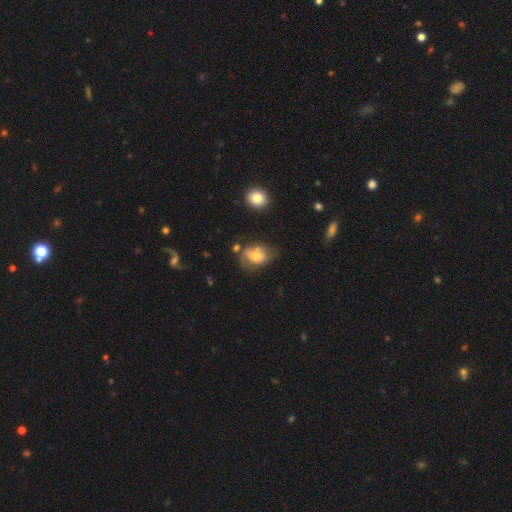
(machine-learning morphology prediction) Smooth or featured?
  - smooth: 52% *
  - featured or disk: 38%
  - star or artifact: 10%
How rounded?
  - in between: 62% *
  - round: 36%
  - cigar-shaped: 1%
Merging?
  - none: 38% *
  - minor disturbance: 29%
  - major disturbance: 20%
  - merger: 13%